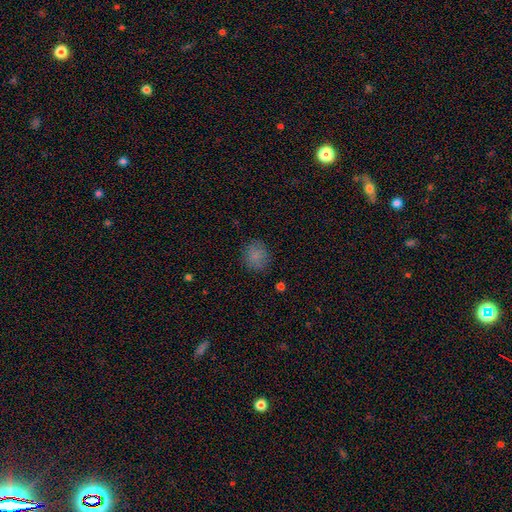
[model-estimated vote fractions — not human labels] smooth_or_featured: smooth (p=0.81) [alt: star or artifact p=0.12]
how_rounded: round (p=0.78) [alt: in between p=0.21]
merging: none (p=0.84) [alt: minor disturbance p=0.12]